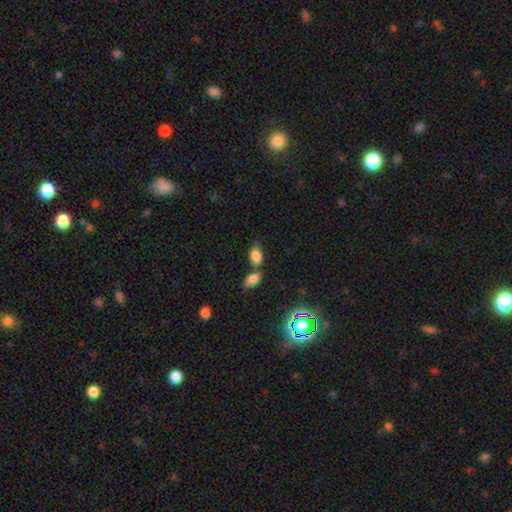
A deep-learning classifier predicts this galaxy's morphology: smooth 80%, star or artifact 11%, featured or disk 9%. Down the decision tree: how rounded — in between (88%); merging — none (48%).